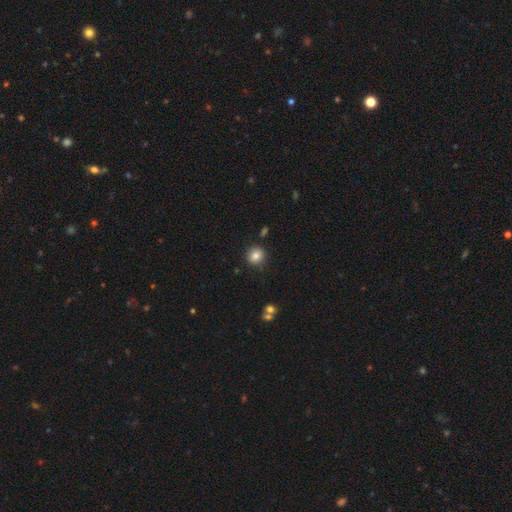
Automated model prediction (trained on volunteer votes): The model was most divided on "how rounded": round: 82%, in between: 17%, cigar-shaped: 1%. More confident: merging — none (86%); smooth or featured — smooth (83%).